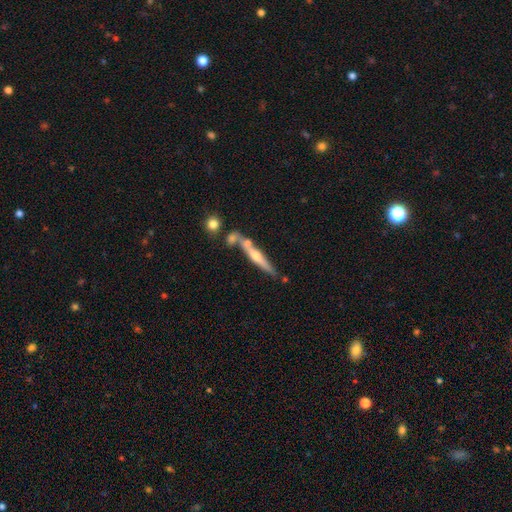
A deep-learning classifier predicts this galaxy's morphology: Smooth or featured? Predicted: featured or disk (p=0.61). Edge-on disk? Predicted: yes (p=0.93). Edge-on bulge? Predicted: rounded (p=0.82). Merging? Predicted: none (p=0.61).